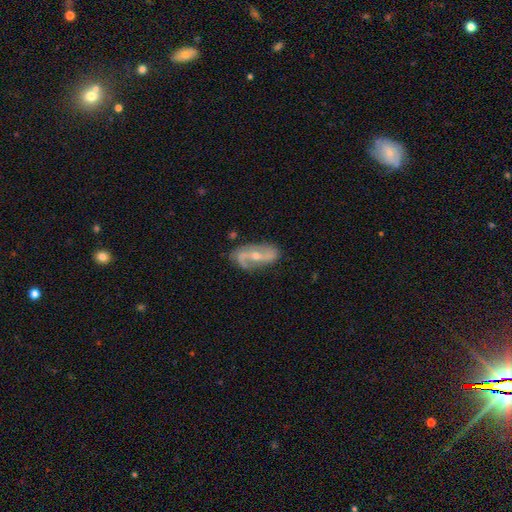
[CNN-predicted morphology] A featured or disk galaxy (84%) with a weak bar (34%, tied with strong), 2 (91%) loose (53%) spiral arms (94%) and a small central bulge (49%). Merging: none (77%).